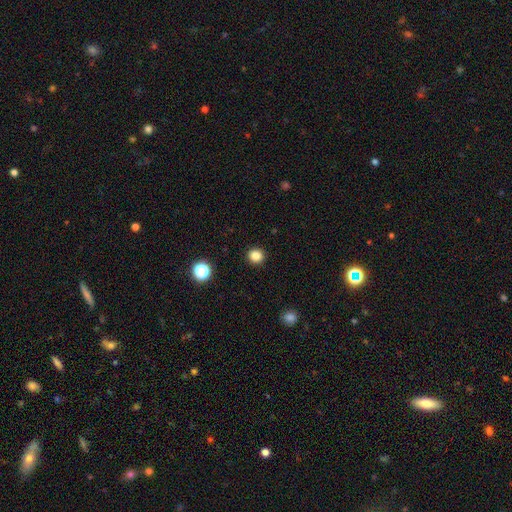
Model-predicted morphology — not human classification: Q: Smooth or featured?
A: smooth (83%); runner-up: star or artifact (13%)
Q: How rounded?
A: round (92%); runner-up: in between (8%)
Q: Merging?
A: none (93%); runner-up: minor disturbance (4%)